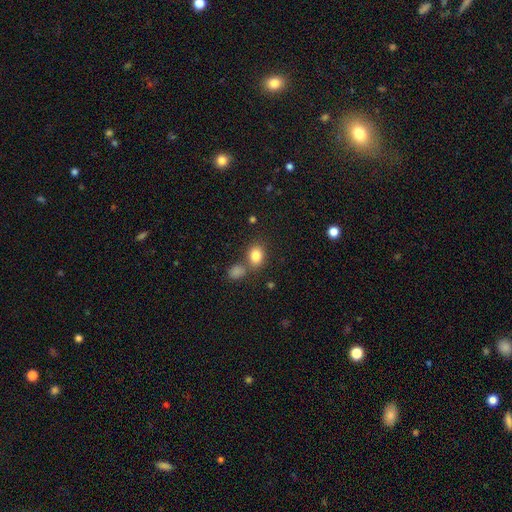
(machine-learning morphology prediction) Smooth or featured: smooth — 83% (star or artifact — 10%)
How rounded: in between — 58% (round — 40%)
Merging: none — 64% (merger — 21%)